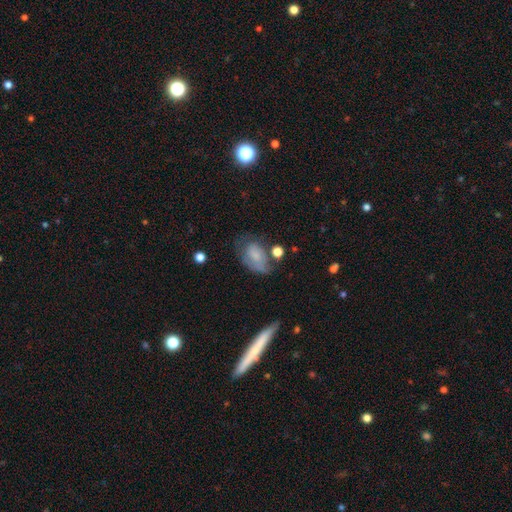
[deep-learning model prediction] The model was most divided on "merging": none: 39%, minor disturbance: 30%, major disturbance: 24%, merger: 7%. More confident: how rounded — in between (83%); smooth or featured — smooth (60%).